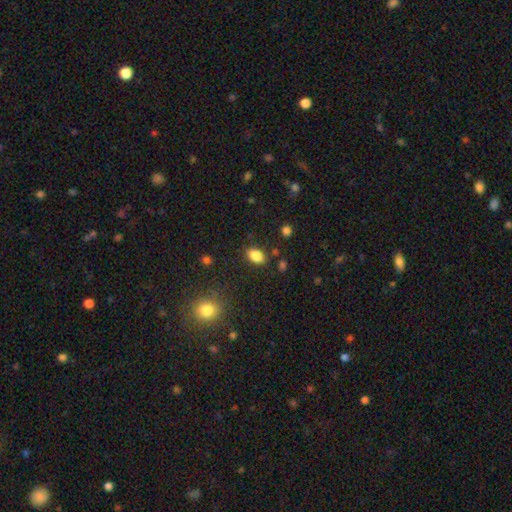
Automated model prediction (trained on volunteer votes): This is clearly a smooth galaxy (85%). How rounded: clearly in between (87%). Merging: clearly none (85%).